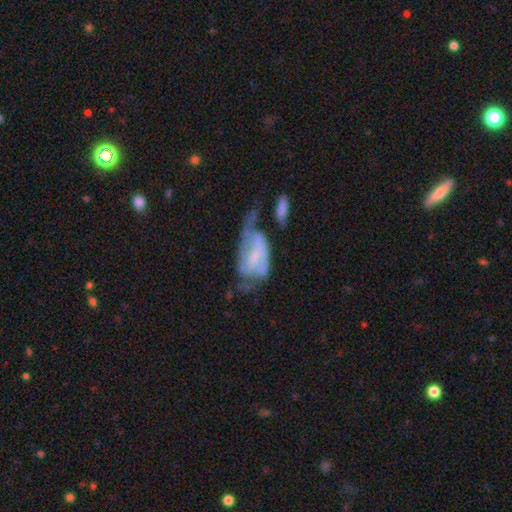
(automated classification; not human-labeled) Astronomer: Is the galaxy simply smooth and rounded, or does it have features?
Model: featured or disk — 64%.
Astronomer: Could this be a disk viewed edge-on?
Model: no — 95%.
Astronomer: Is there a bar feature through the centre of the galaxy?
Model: weak — 43% (runner-up: no, 39%).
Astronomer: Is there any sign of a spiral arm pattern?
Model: yes — 69%.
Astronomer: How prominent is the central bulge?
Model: small — 52%.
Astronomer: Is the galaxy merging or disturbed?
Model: major disturbance — 43% (runner-up: minor disturbance, 20%).